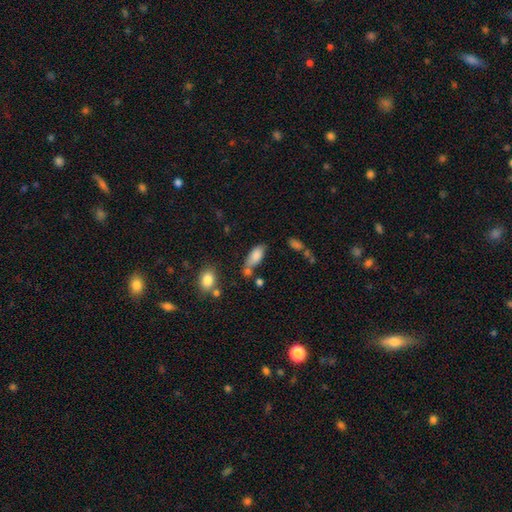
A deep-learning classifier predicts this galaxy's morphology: A smooth galaxy with no disk features (81%) that is in between round and cigar-shaped (83%). Merging: none (47%).